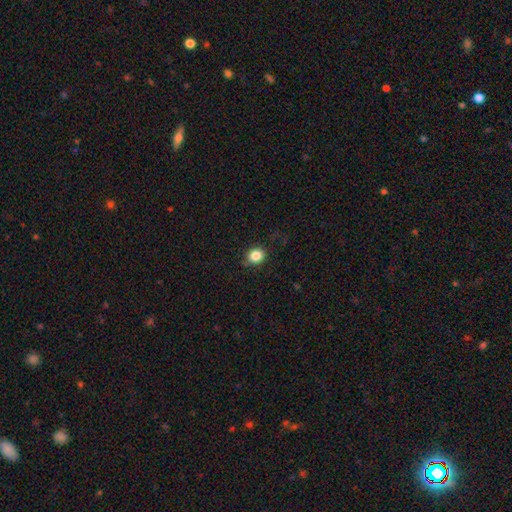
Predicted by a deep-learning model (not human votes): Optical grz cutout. It shows a smooth galaxy with no disk features (85%) that is round (75%). Merging: none (85%).